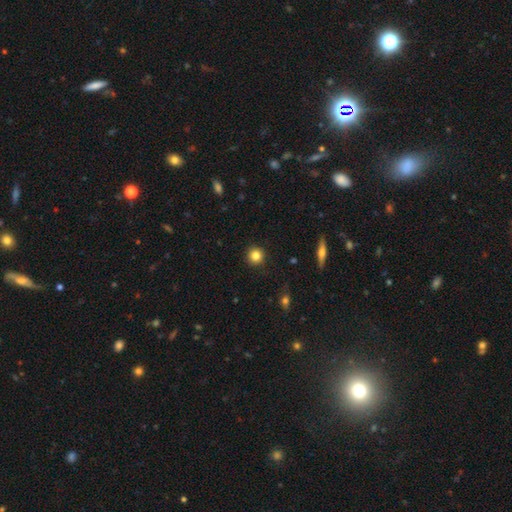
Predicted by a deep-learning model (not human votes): Smooth or featured? smooth (83%)
How rounded? round (95%)
Merging? none (92%)